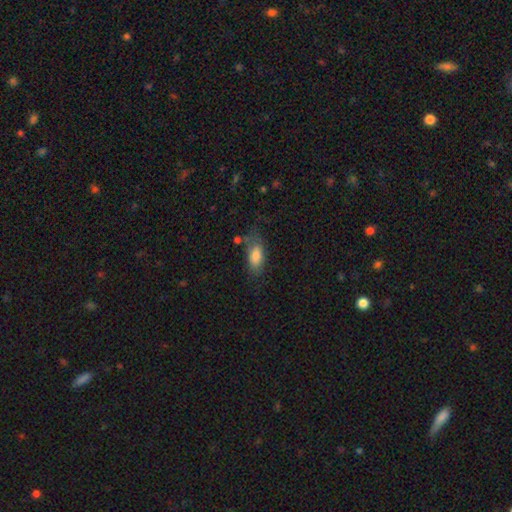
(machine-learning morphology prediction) smooth-or-featured: smooth: 80% | featured or disk: 13% | star or artifact: 7%
  how-rounded: in between: 84% | cigar-shaped: 13% | round: 3%
  merging: none: 58% | minor disturbance: 26% | major disturbance: 11% | merger: 5%